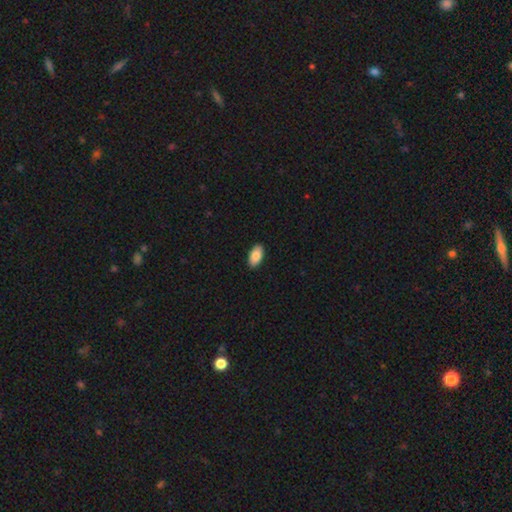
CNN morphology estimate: Smooth or featured? smooth (87%)
How rounded? in between (95%)
Merging? none (90%)